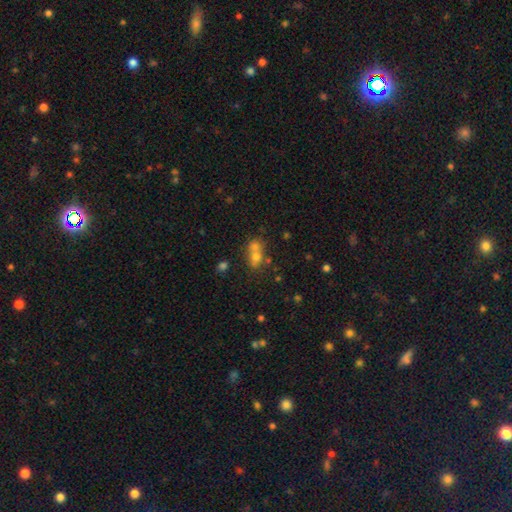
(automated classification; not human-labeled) Morphology: type=smooth (64%); roundness=round (56%); merging=merger (58%).